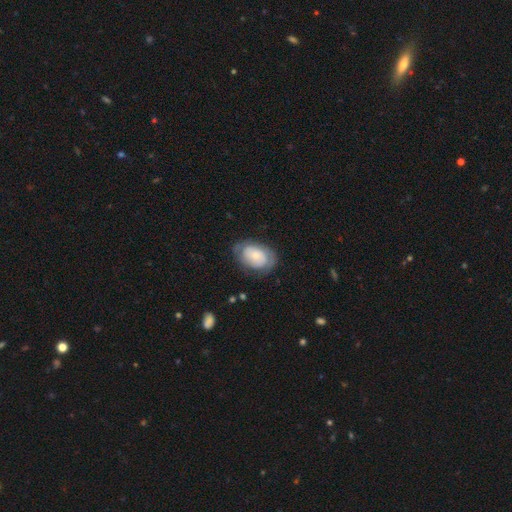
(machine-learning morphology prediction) smooth 50%, featured or disk 43%, star or artifact 7%. Down the decision tree: how rounded — in between (84%); merging — none (69%).